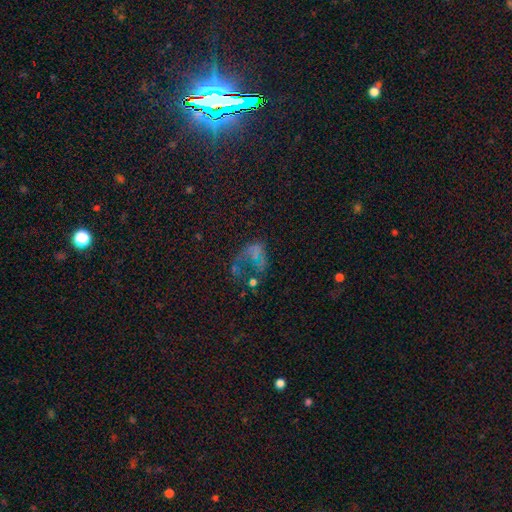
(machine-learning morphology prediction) This appears to be a featured or disk galaxy (40%). Merging: major disturbance (45%).